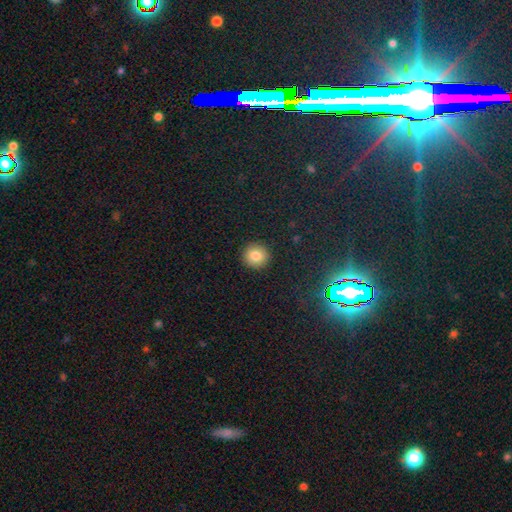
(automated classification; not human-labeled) Smooth or featured: smooth — 83% (star or artifact — 11%)
How rounded: round — 93% (in between — 6%)
Merging: none — 92% (minor disturbance — 5%)